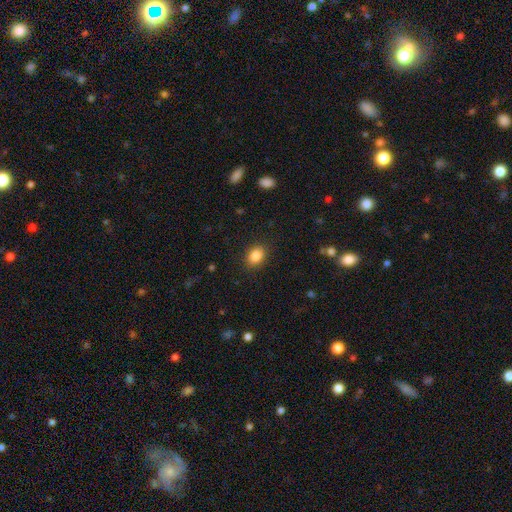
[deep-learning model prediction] A smooth galaxy with no disk features (86%) that is in between round and cigar-shaped (59%).

Vote fractions:
- Smooth or featured? smooth: 86% / star or artifact: 10% / featured or disk: 5%
- How rounded? in between: 59% / round: 40% / cigar-shaped: 1%
- Merging? none: 88% / minor disturbance: 8% / major disturbance: 3% / merger: 1%